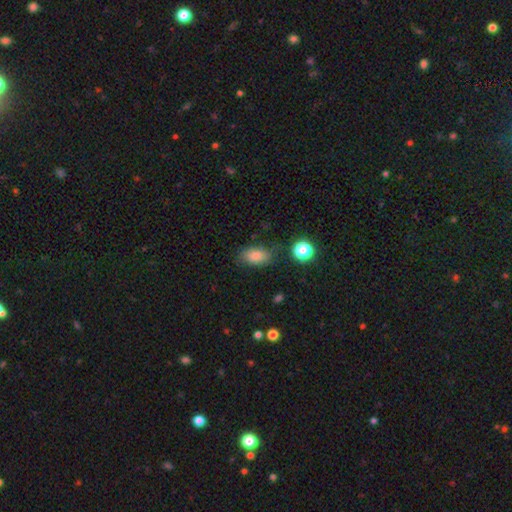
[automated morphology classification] The model was most divided on "merging": none: 78%, minor disturbance: 15%, major disturbance: 4%, merger: 3%. More confident: how rounded — in between (87%); smooth or featured — smooth (81%).